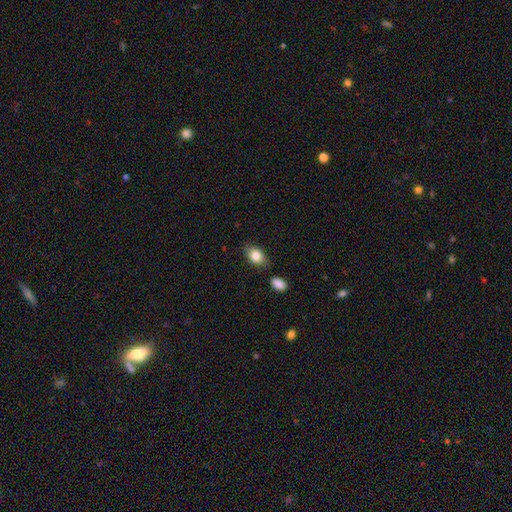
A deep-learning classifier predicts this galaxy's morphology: This is clearly a smooth galaxy (84%). How rounded: clearly in between (85%). Merging: likely none (77%).